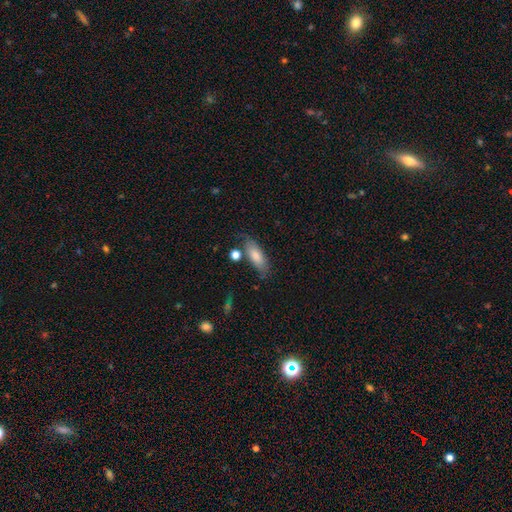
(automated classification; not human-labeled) The model was most divided on "merging": none: 64%, minor disturbance: 20%, merger: 9%, major disturbance: 7%. More confident: smooth or featured — smooth (77%); how rounded — in between (76%).